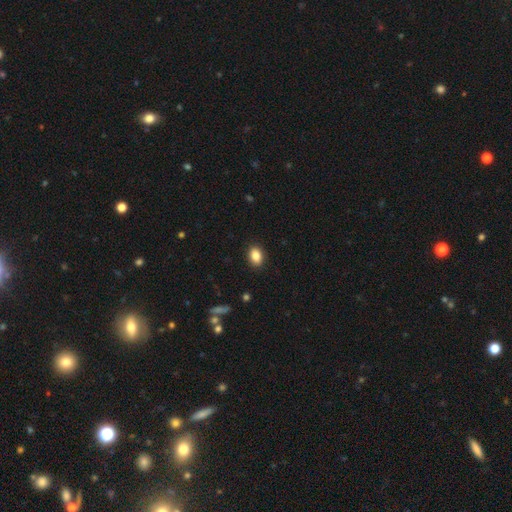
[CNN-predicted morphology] Smooth or featured? Predicted: smooth (p=0.86). How rounded? Predicted: in between (p=0.78). Merging? Predicted: none (p=0.89).